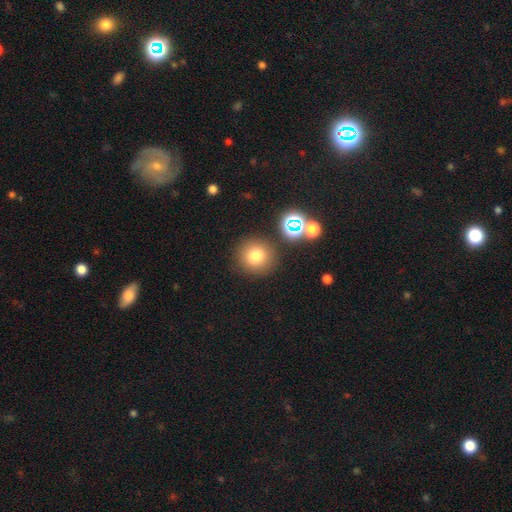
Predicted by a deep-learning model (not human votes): Overall: smooth (75%). How rounded: round (94%). Merging: none (85%).